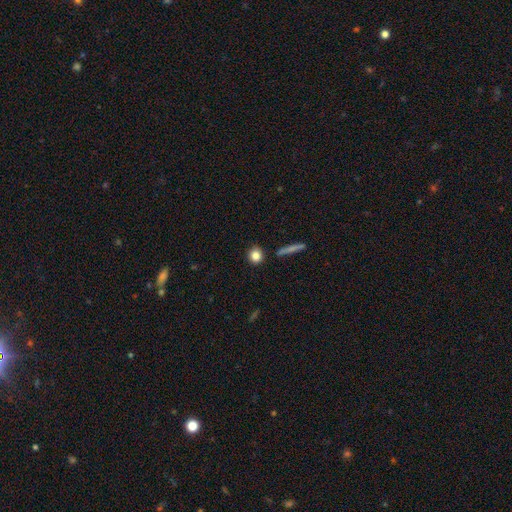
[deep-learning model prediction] A smooth galaxy with no disk features (83%) that is round (87%).

Vote fractions:
- Smooth or featured? smooth: 83% / star or artifact: 9% / featured or disk: 8%
- How rounded? round: 87% / in between: 10% / cigar-shaped: 3%
- Merging? none: 87% / minor disturbance: 7% / merger: 3% / major disturbance: 2%